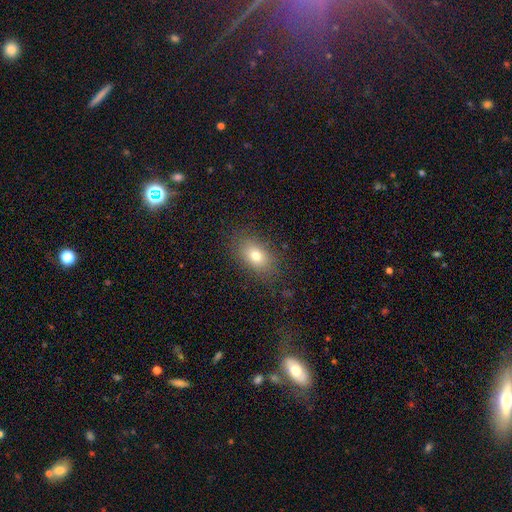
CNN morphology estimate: Smooth or featured: smooth — 76% (featured or disk — 13%)
How rounded: in between — 81% (round — 17%)
Merging: none — 83% (minor disturbance — 11%)